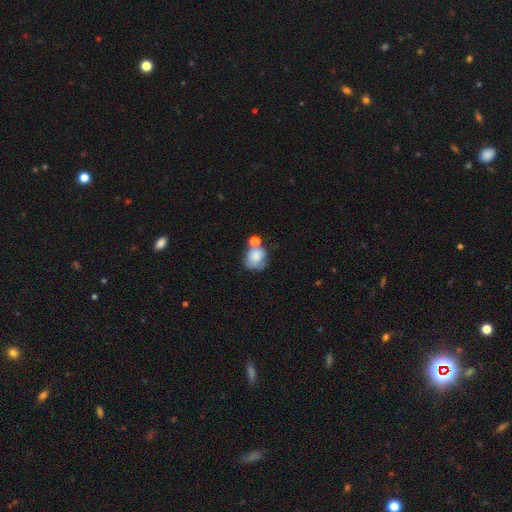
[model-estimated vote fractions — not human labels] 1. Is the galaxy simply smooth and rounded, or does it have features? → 73% smooth, 17% featured or disk, 9% star or artifact.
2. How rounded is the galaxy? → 58% round, 41% in between, 1% cigar-shaped.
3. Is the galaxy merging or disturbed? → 34% none, 32% merger, 21% minor disturbance, 13% major disturbance.